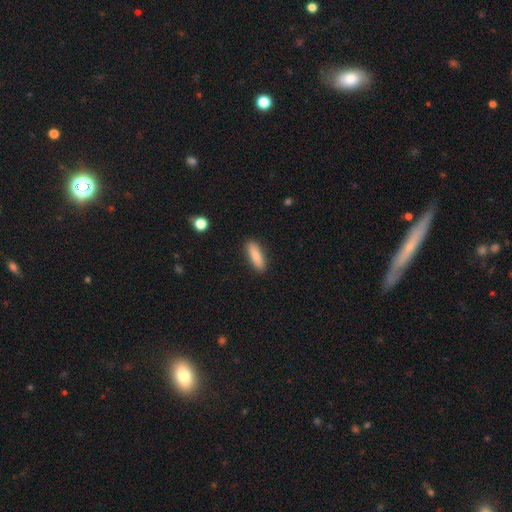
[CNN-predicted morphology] This appears to be a smooth galaxy with no disk features (84%) that is cigar-shaped (50%). Merging: none (89%).